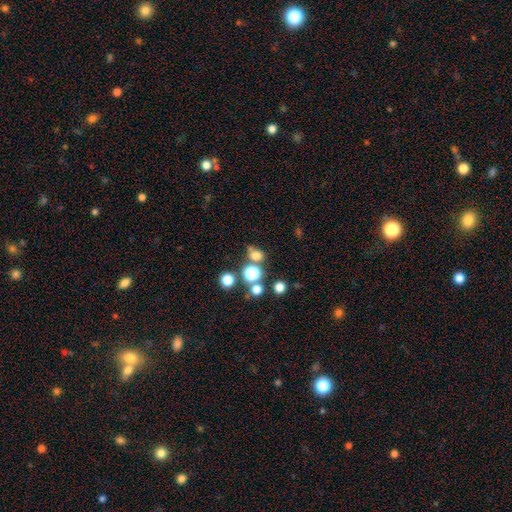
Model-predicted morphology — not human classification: This appears to be a smooth galaxy with no disk features (69%) that is round (71%). Merging: none (64%).